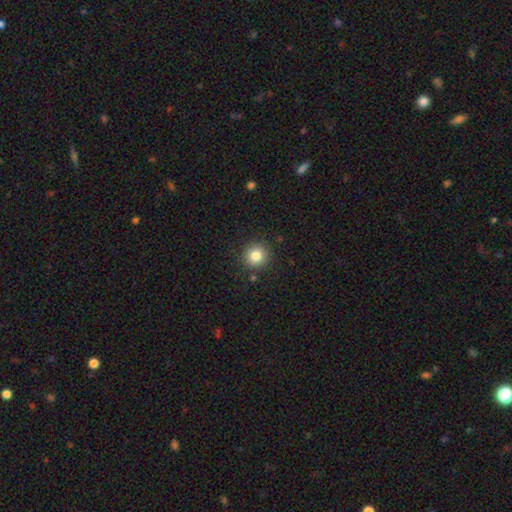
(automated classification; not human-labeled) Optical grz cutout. It shows a smooth galaxy with no disk features (82%) that is round (92%). Merging: none (88%).